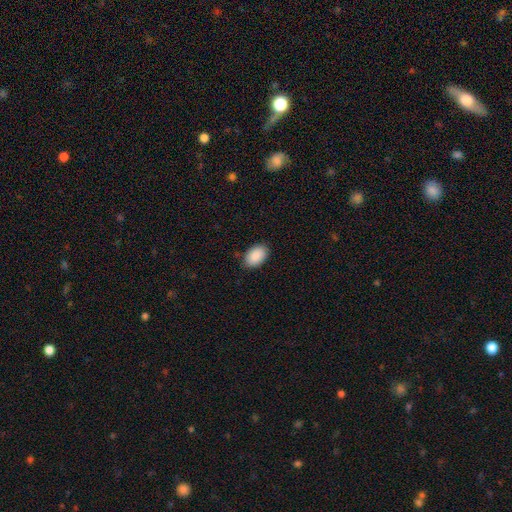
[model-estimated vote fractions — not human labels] The model was most divided on "merging": none: 87%, minor disturbance: 10%, major disturbance: 2%, merger: 1%. More confident: smooth or featured — smooth (91%); how rounded — in between (89%).